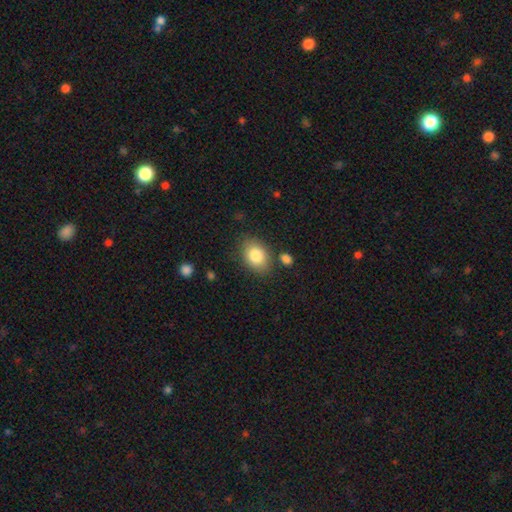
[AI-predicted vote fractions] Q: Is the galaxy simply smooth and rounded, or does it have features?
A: smooth — 83%.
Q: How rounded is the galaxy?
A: in between — 73%.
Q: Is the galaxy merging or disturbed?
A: none — 79%.